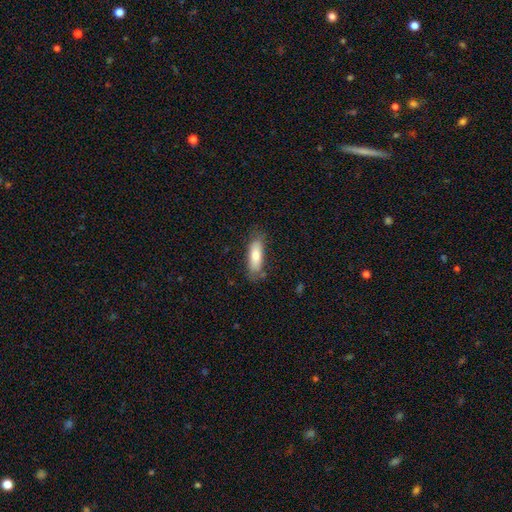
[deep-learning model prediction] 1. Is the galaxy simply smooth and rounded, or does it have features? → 75% smooth, 19% featured or disk, 6% star or artifact.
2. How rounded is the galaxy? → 61% in between, 37% cigar-shaped, 2% round.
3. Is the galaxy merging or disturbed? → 75% none, 18% minor disturbance, 5% major disturbance, 2% merger.